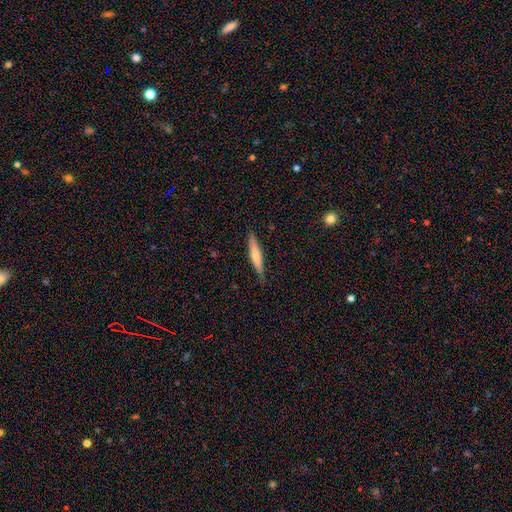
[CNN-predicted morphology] Overall: smooth (63%; featured or disk 32%). How rounded: cigar-shaped (90%). Merging: none (84%).